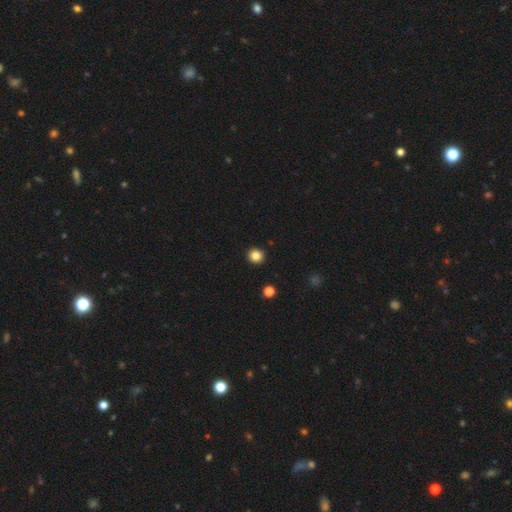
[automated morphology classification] Smooth or featured: smooth — 85% (star or artifact — 11%)
How rounded: round — 91% (in between — 8%)
Merging: none — 93% (minor disturbance — 4%)